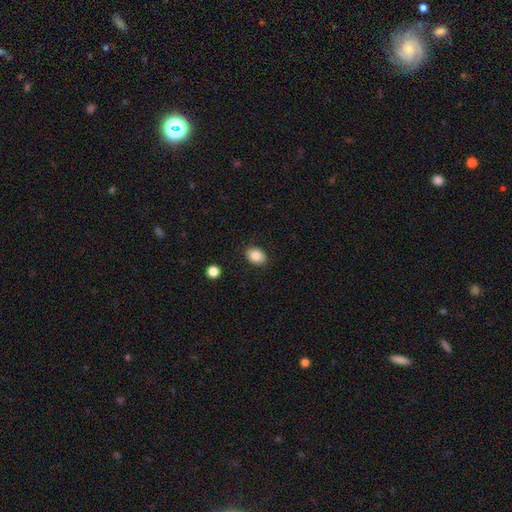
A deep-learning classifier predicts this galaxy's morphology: This is clearly a smooth galaxy (84%). How rounded: likely in between (72%). Merging: clearly none (87%).